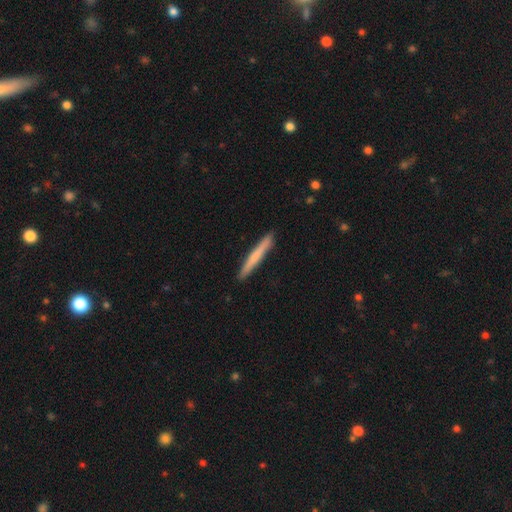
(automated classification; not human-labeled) smooth_or_featured: smooth (p=0.64) [alt: featured or disk p=0.31]
how_rounded: cigar-shaped (p=0.97) [alt: in between p=0.02]
merging: none (p=0.91) [alt: minor disturbance p=0.06]